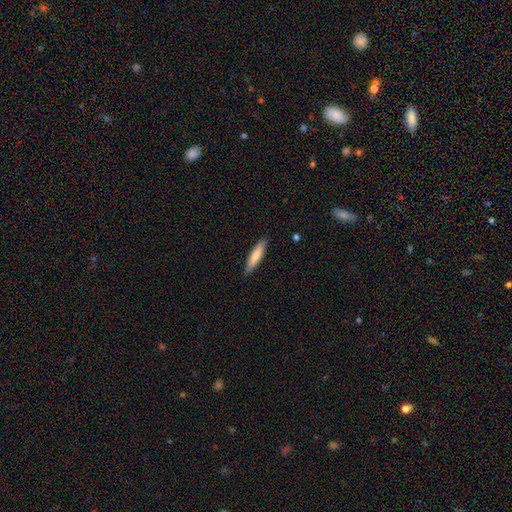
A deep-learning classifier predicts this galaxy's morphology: This is clearly a smooth galaxy (80%). How rounded: likely cigar-shaped (79%). Merging: clearly none (86%).